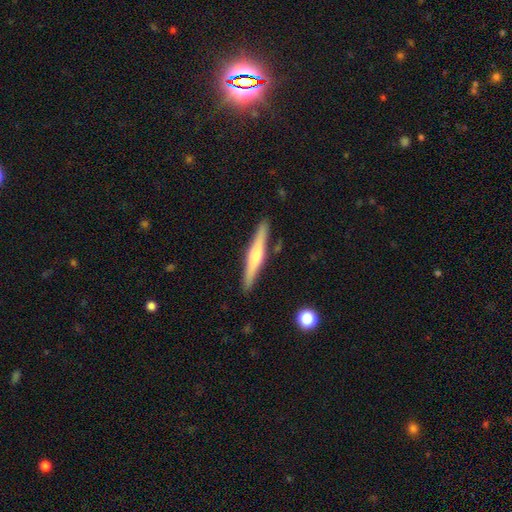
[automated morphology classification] The model was most divided on "smooth or featured": featured or disk: 56%, smooth: 39%, star or artifact: 6%. More confident: edge-on disk — yes (97%); merging — none (89%); edge-on bulge — rounded (75%).